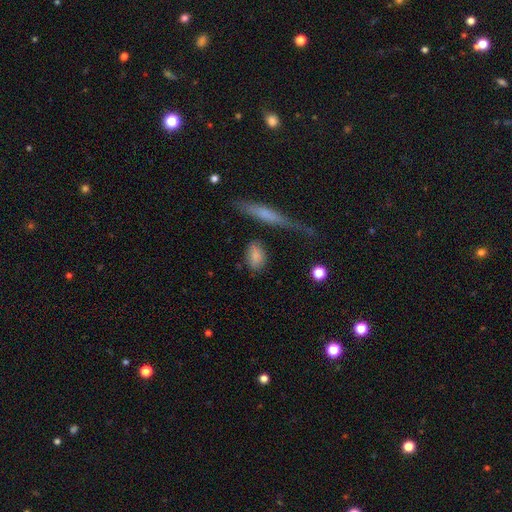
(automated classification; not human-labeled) Q: Smooth or featured?
A: smooth (83%); runner-up: featured or disk (10%)
Q: How rounded?
A: in between (83%); runner-up: round (12%)
Q: Merging?
A: none (73%); runner-up: minor disturbance (16%)